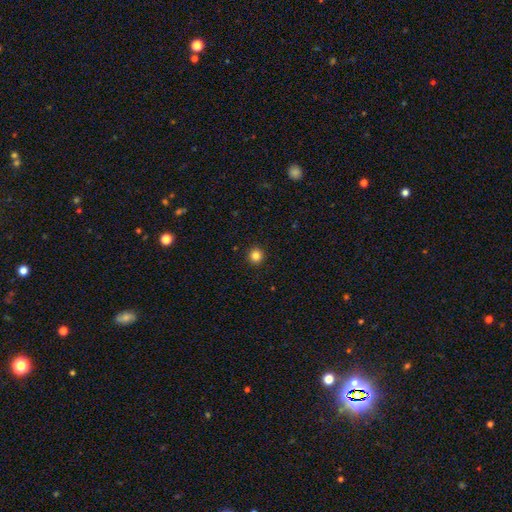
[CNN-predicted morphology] smooth 84%, star or artifact 12%, featured or disk 4%. Down the decision tree: how rounded — round (92%); merging — none (93%).